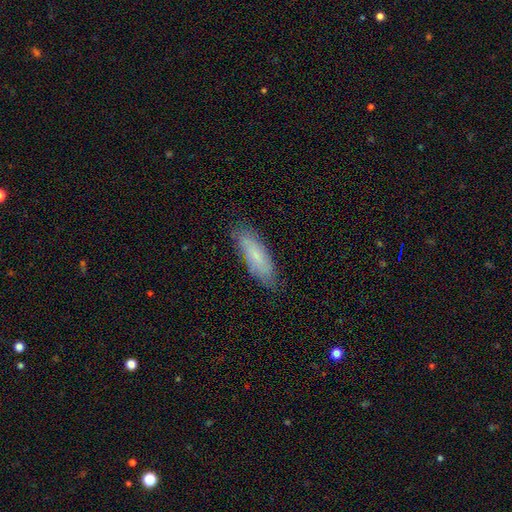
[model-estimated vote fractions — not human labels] Overall: smooth (65%; featured or disk 27%). How rounded: in between (54%; cigar-shaped 45%). Merging: none (79%).